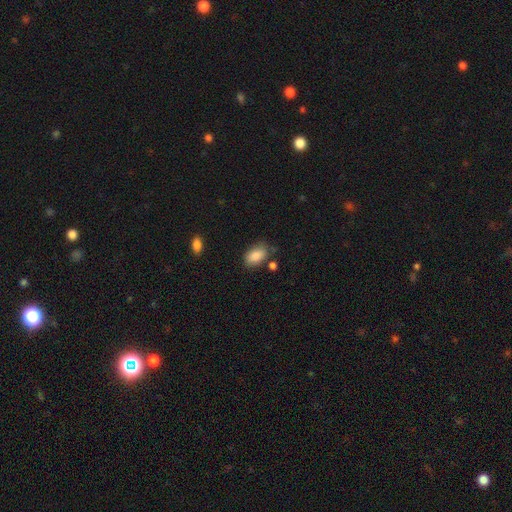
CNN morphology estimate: smooth 85%, star or artifact 8%, featured or disk 8%. Down the decision tree: how rounded — in between (89%); merging — none (71%).